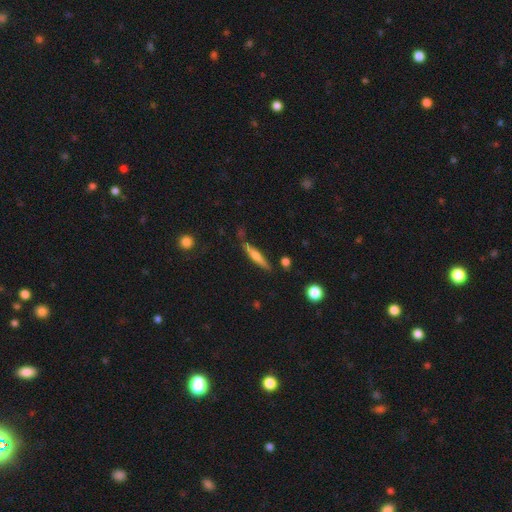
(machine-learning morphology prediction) A featured or disk galaxy (57%) viewed edge-on (96%) with a rounded central bulge (75%).

Vote fractions:
- Smooth or featured? featured or disk: 57% / smooth: 36% / star or artifact: 7%
- Edge-on disk? yes: 96% / no: 4%
- Edge-on bulge? rounded: 75% / none: 15% / boxy: 10%
- Merging? none: 79% / minor disturbance: 14% / merger: 4% / major disturbance: 3%